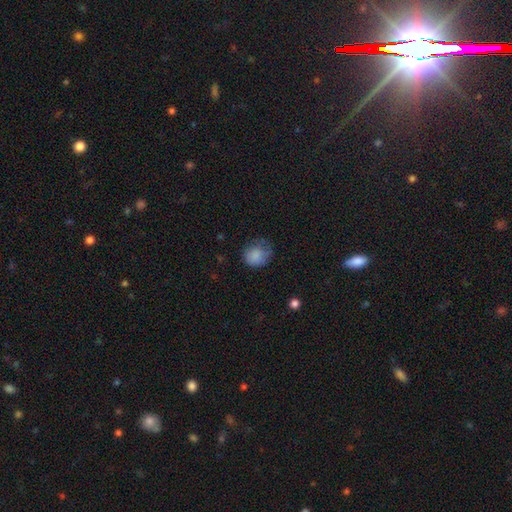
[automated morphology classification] Overall: smooth (83%). How rounded: round (70%). Merging: none (51%; minor disturbance 32%).